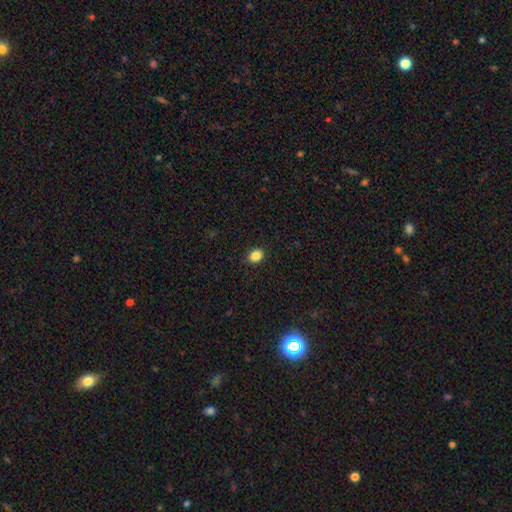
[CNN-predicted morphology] A smooth galaxy with no disk features (87%) that is in between round and cigar-shaped (55%).

Vote fractions:
- Smooth or featured? smooth: 87% / star or artifact: 10% / featured or disk: 4%
- How rounded? in between: 55% / round: 44% / cigar-shaped: 1%
- Merging? none: 88% / minor disturbance: 9% / major disturbance: 2% / merger: 1%